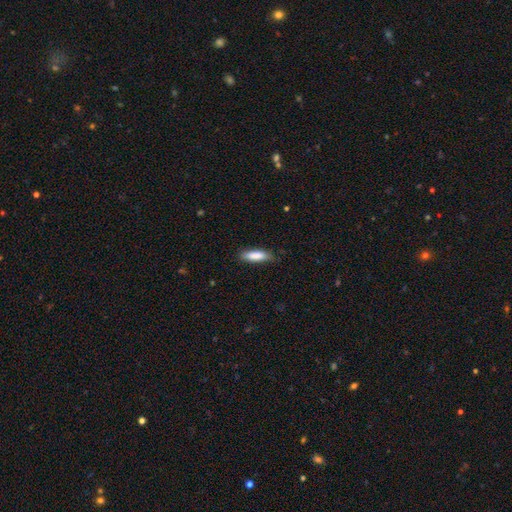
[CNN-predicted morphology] Smooth or featured?
  - smooth: 85% *
  - featured or disk: 9%
  - star or artifact: 6%
How rounded?
  - cigar-shaped: 57% *
  - in between: 41%
  - round: 1%
Merging?
  - none: 79% *
  - minor disturbance: 17%
  - major disturbance: 3%
  - merger: 1%